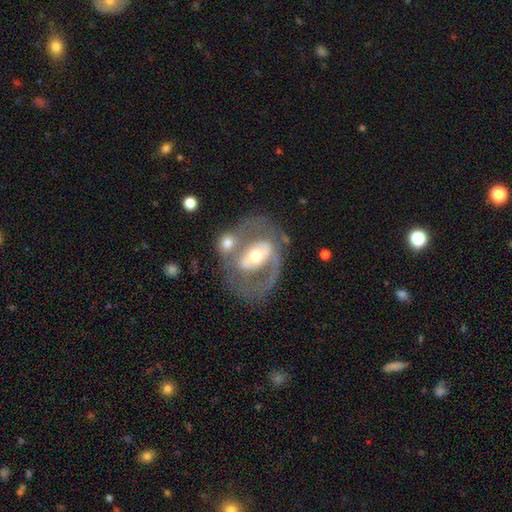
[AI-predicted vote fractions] Overall: featured or disk (78%). Edge-on disk: no (95%). Bar: no (34%; strong 33%). Spiral arms: yes (66%; no 34%). Bulge size: moderate (70%). Merging: none (44%; merger 26%).